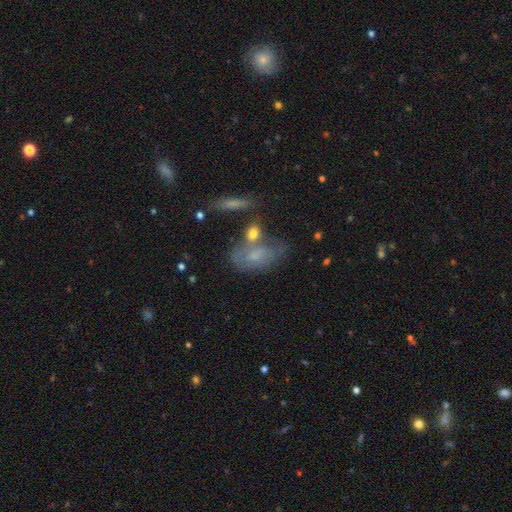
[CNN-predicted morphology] The model was most divided on "smooth or featured": smooth: 53%, featured or disk: 36%, star or artifact: 11%. Remaining: how rounded — in between (84%); merging — none (45%).